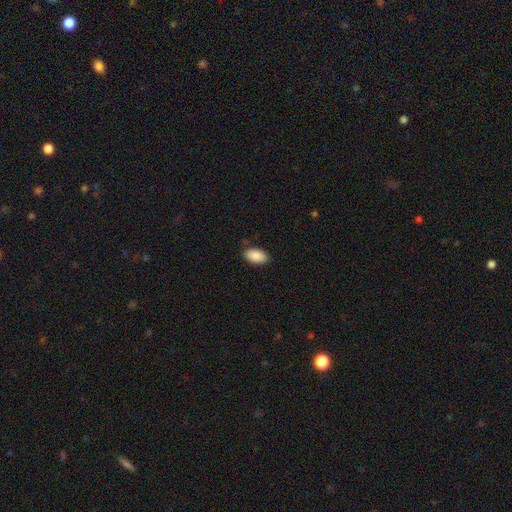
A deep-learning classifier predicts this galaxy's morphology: A smooth galaxy with no disk features (90%) that is in between round and cigar-shaped (94%). Merging: none (86%).